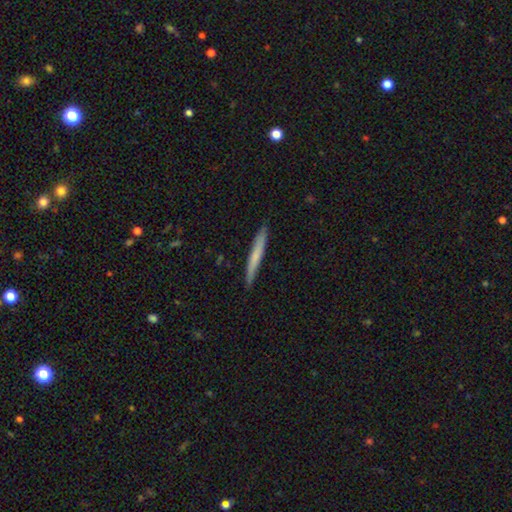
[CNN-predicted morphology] The model was most divided on "smooth or featured": smooth: 63%, featured or disk: 32%, star or artifact: 6%. More confident: how rounded — cigar-shaped (96%); merging — none (89%).